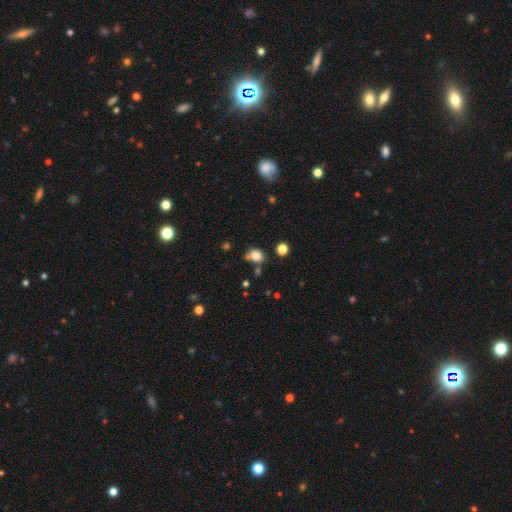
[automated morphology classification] Smooth or featured: smooth — 81% (star or artifact — 12%)
How rounded: in between — 50% (round — 49%)
Merging: none — 65% (minor disturbance — 20%)